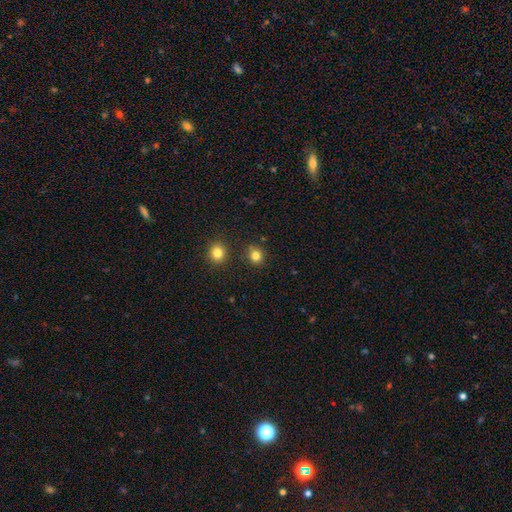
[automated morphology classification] smooth-or-featured: smooth: 81% | star or artifact: 14% | featured or disk: 5%
  how-rounded: round: 86% | in between: 13% | cigar-shaped: 1%
  merging: none: 83% | minor disturbance: 8% | merger: 6% | major disturbance: 3%